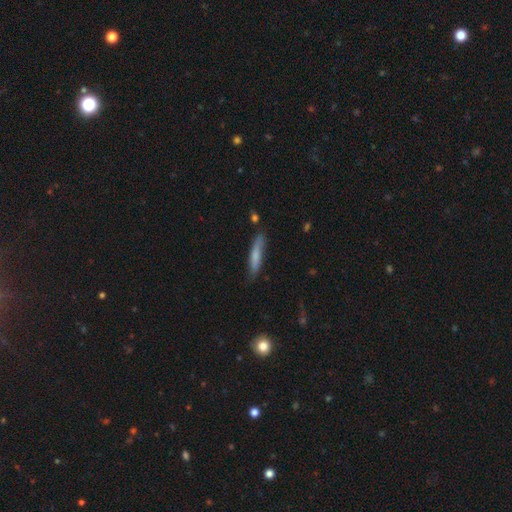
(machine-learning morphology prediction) Smooth or featured?
  - smooth: 68% *
  - featured or disk: 27%
  - star or artifact: 6%
How rounded?
  - cigar-shaped: 88% *
  - in between: 10%
  - round: 2%
Merging?
  - none: 74% *
  - minor disturbance: 20%
  - major disturbance: 4%
  - merger: 2%